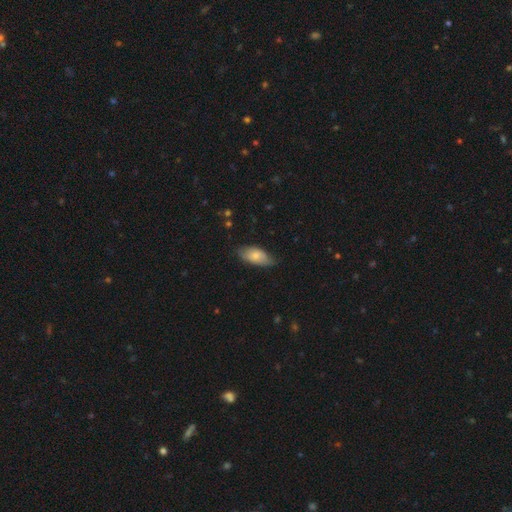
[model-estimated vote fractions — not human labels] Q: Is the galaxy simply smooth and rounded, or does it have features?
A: smooth — 74%.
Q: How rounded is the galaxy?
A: in between — 90%.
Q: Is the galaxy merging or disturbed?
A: none — 67%.